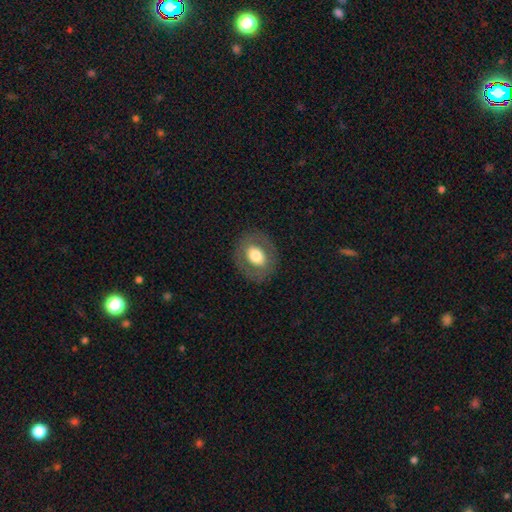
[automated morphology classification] This appears to be a smooth galaxy with no disk features (57%) that is round (51%). Merging: none (83%).